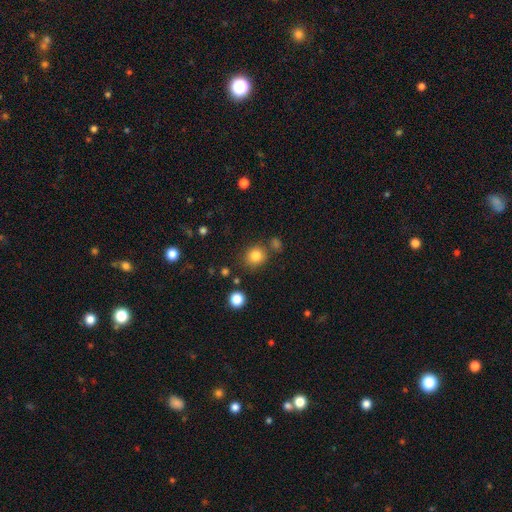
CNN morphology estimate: smooth_or_featured: smooth (p=0.83) [alt: star or artifact p=0.12]
how_rounded: round (p=0.82) [alt: in between p=0.17]
merging: none (p=0.77) [alt: minor disturbance p=0.11]